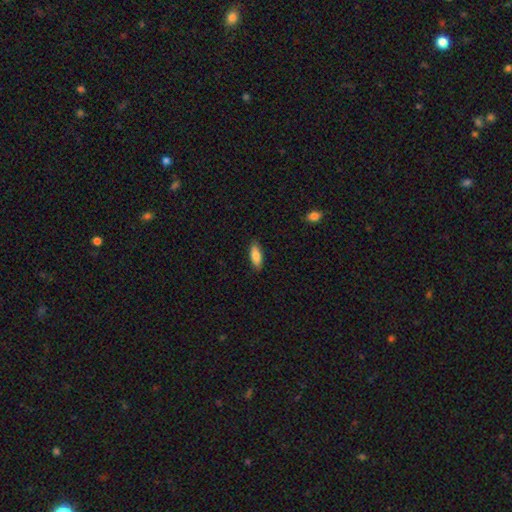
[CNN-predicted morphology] Smooth or featured?
  - smooth: 84% *
  - featured or disk: 10%
  - star or artifact: 6%
How rounded?
  - in between: 71% *
  - cigar-shaped: 27%
  - round: 2%
Merging?
  - none: 87% *
  - minor disturbance: 10%
  - major disturbance: 2%
  - merger: 1%